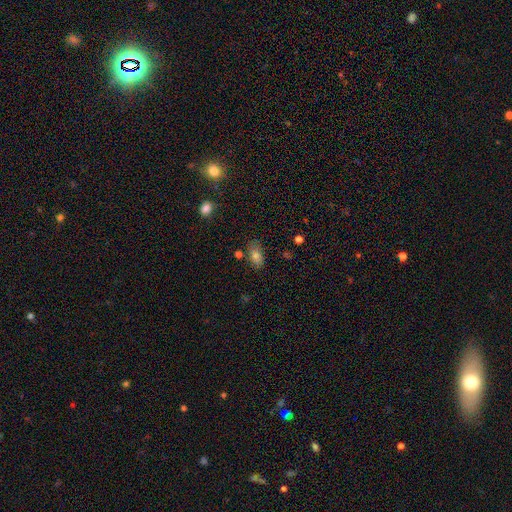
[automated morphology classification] A smooth galaxy with no disk features (72%) that is in between round and cigar-shaped (87%).

Vote fractions:
- Smooth or featured? smooth: 72% / star or artifact: 15% / featured or disk: 13%
- How rounded? in between: 87% / round: 9% / cigar-shaped: 4%
- Merging? none: 75% / minor disturbance: 17% / major disturbance: 4% / merger: 4%